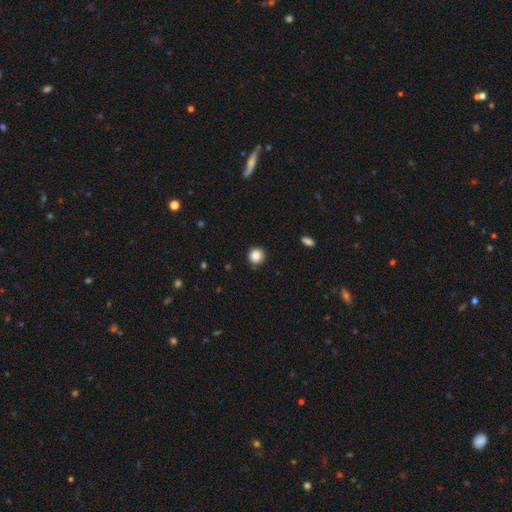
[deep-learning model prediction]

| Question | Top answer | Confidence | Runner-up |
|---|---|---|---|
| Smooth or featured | smooth | 86% | star or artifact (10%) |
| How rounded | round | 94% | in between (6%) |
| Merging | none | 90% | minor disturbance (7%) |